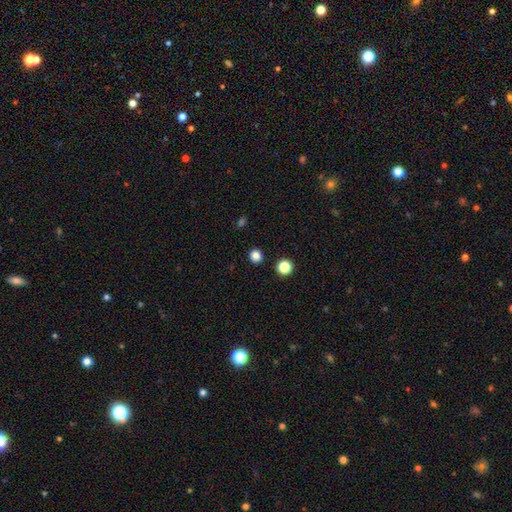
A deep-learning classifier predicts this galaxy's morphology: Overall: smooth (83%). How rounded: round (90%). Merging: none (91%).